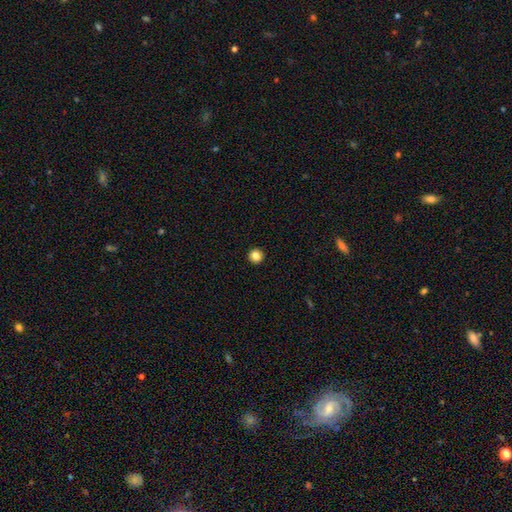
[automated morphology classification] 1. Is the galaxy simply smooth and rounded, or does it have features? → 84% smooth, 11% star or artifact, 4% featured or disk.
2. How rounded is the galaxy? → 95% round, 4% in between, 1% cigar-shaped.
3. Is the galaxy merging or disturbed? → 94% none, 4% minor disturbance, 1% major disturbance, 1% merger.